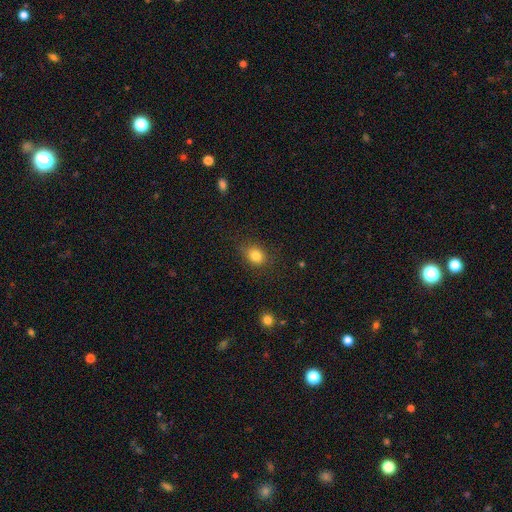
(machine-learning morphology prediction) This is clearly a smooth galaxy (82%). How rounded: possibly round (53%). Merging: clearly none (81%).